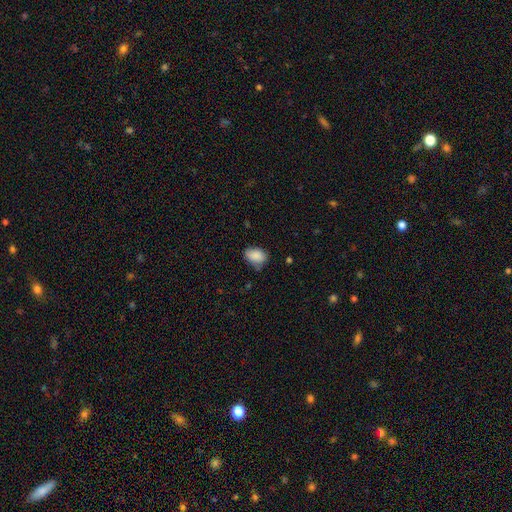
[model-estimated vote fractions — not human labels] A smooth galaxy with no disk features (87%) that is in between round and cigar-shaped (80%).

Vote fractions:
- Smooth or featured? smooth: 87% / star or artifact: 8% / featured or disk: 5%
- How rounded? in between: 80% / round: 18% / cigar-shaped: 1%
- Merging? none: 63% / minor disturbance: 29% / major disturbance: 6% / merger: 3%